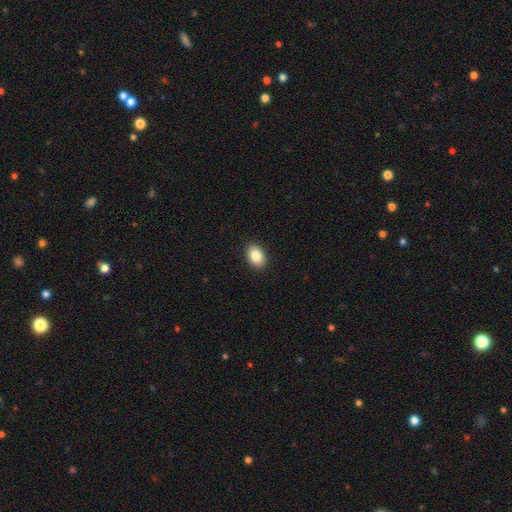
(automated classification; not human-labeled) Morphology: type=smooth (86%); roundness=in between (84%); merging=none (91%).